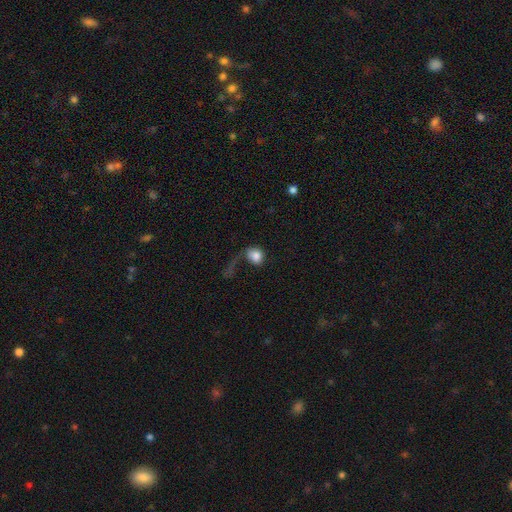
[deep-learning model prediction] smooth 78%, featured or disk 14%, star or artifact 9%. Down the decision tree: how rounded — round (65%); merging — major disturbance (48%).